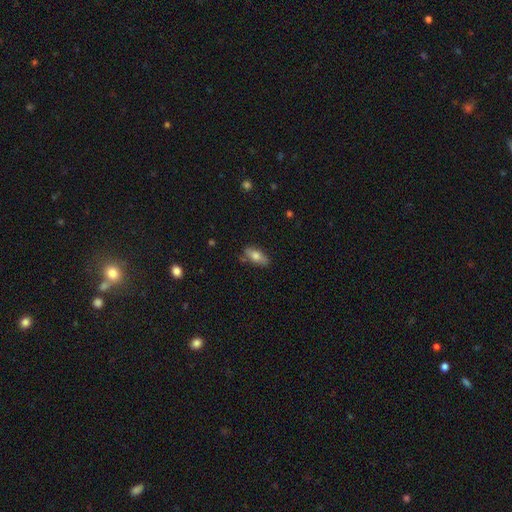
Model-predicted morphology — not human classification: smooth_or_featured: smooth (p=0.70) [alt: featured or disk p=0.23]
how_rounded: in between (p=0.78) [alt: cigar-shaped p=0.19]
merging: none (p=0.74) [alt: minor disturbance p=0.19]